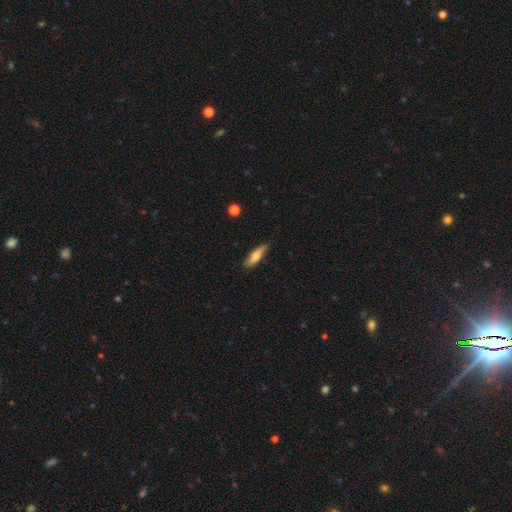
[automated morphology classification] A smooth galaxy with no disk features (63%) that is cigar-shaped (68%).

Vote fractions:
- Smooth or featured? smooth: 63% / featured or disk: 32% / star or artifact: 6%
- How rounded? cigar-shaped: 68% / in between: 30% / round: 2%
- Merging? none: 81% / minor disturbance: 16% / major disturbance: 2% / merger: 1%